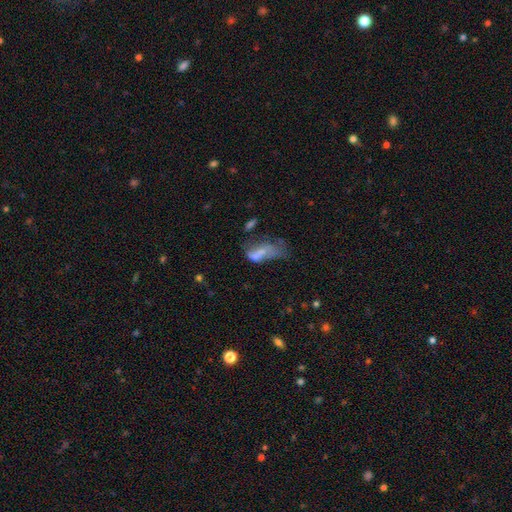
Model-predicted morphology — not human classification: Smooth or featured: smooth — 51% (featured or disk — 35%)
How rounded: in between — 78% (cigar-shaped — 18%)
Merging: major disturbance — 43% (merger — 21%)